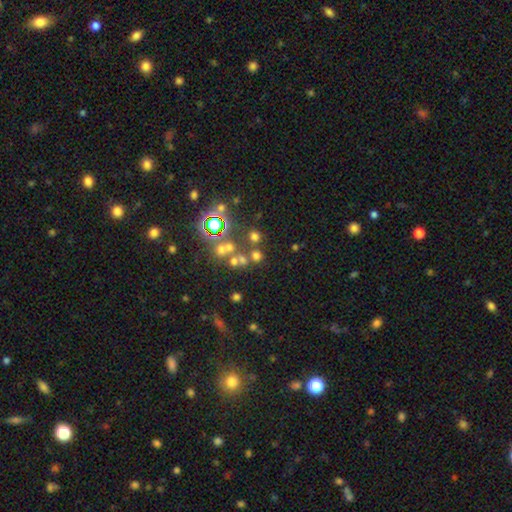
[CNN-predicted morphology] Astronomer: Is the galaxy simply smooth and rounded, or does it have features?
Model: smooth — 46% (runner-up: star or artifact, 39%).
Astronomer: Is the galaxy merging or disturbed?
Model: none — 63%.